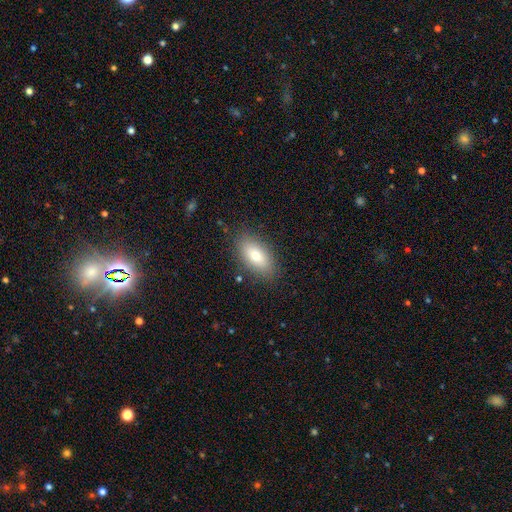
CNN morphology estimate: smooth 76%, featured or disk 16%, star or artifact 8%. Down the decision tree: how rounded — in between (89%); merging — none (85%).